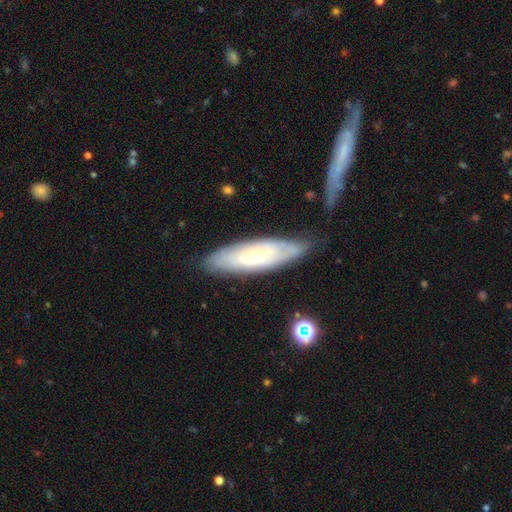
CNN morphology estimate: type=featured or disk (60%); edge-on=no (70%); merging=none (74%).